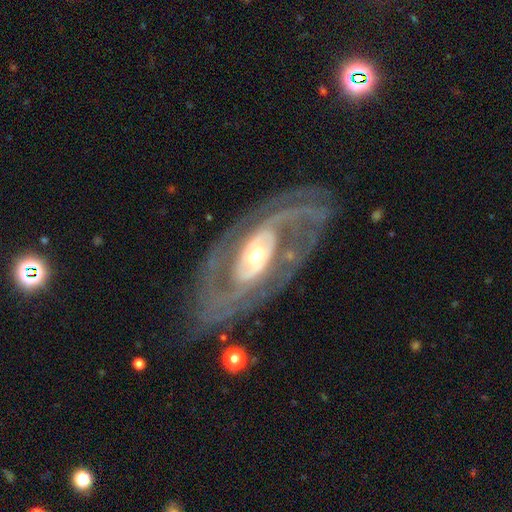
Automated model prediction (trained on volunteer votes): featured or disk 90%, smooth 6%, star or artifact 4%. Down the decision tree: edge-on disk — no (94%); bar — no (48%); spiral arms — yes (92%); spiral arm count — 2 (66%); spiral winding — tight (50%); bulge size — moderate (62%); merging — none (75%).